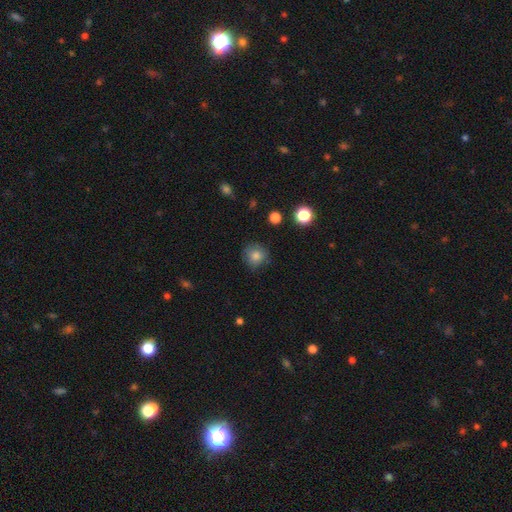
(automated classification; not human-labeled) Smooth or featured? smooth (82%)
How rounded? round (88%)
Merging? none (78%)